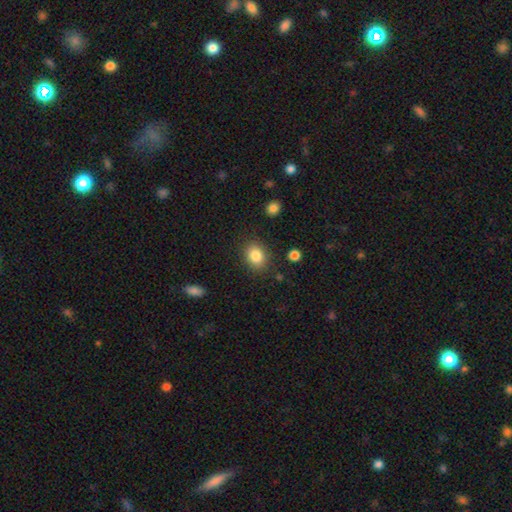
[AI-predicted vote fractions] This is clearly a smooth galaxy (85%). How rounded: possibly in between (50%). Merging: clearly none (85%).